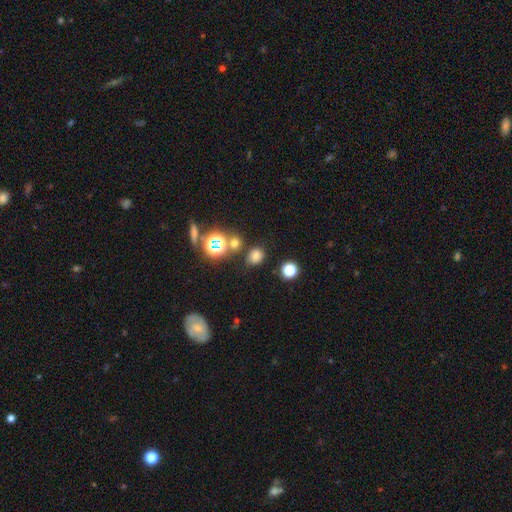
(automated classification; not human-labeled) Q: Smooth or featured?
A: smooth (68%); runner-up: star or artifact (25%)
Q: How rounded?
A: round (57%); runner-up: in between (42%)
Q: Merging?
A: none (75%); runner-up: minor disturbance (13%)